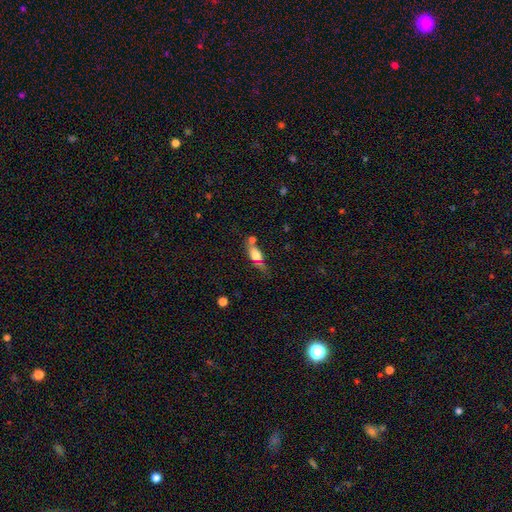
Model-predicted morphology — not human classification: smooth-or-featured: smooth: 63% | featured or disk: 27% | star or artifact: 10%
  how-rounded: in between: 65% | cigar-shaped: 29% | round: 6%
  merging: none: 47% | minor disturbance: 22% | merger: 20% | major disturbance: 10%